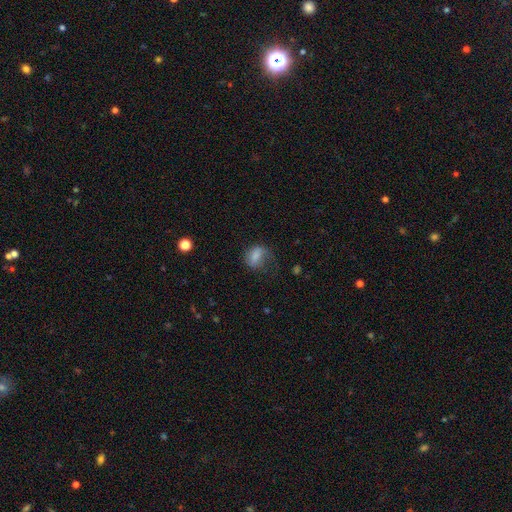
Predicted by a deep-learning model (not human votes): Overall: smooth (71%). How rounded: in between (70%). Merging: none (41%; major disturbance 29%).